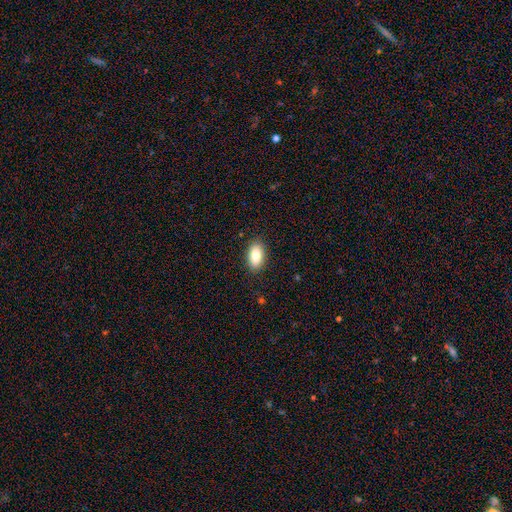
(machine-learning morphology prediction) type=smooth (86%); roundness=in between (93%); merging=none (88%).